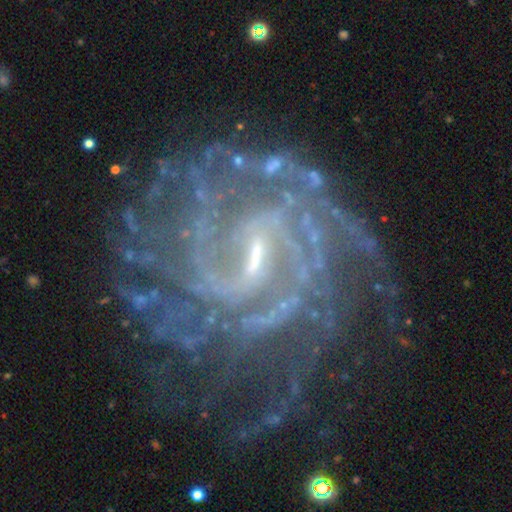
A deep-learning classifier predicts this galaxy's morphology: The model was most divided on "spiral arm count": can't tell: 26%, 4: 19%, 2: 16%, more than 4: 15%, 3: 15%, 1: 9%. Remaining: edge-on disk — no (98%); spiral arms — yes (97%); smooth or featured — featured or disk (89%); bulge size — small (70%); merging — none (69%); spiral winding — tight (65%); bar — weak (48%).